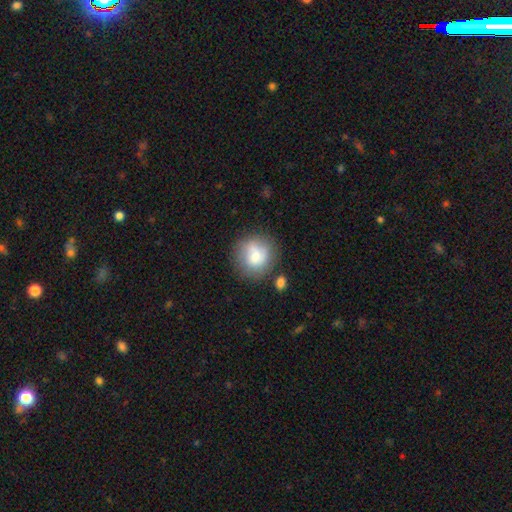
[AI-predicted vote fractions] Smooth or featured?
  - smooth: 66% *
  - featured or disk: 26%
  - star or artifact: 8%
How rounded?
  - round: 88% *
  - in between: 11%
  - cigar-shaped: 1%
Merging?
  - none: 67% *
  - minor disturbance: 18%
  - merger: 8%
  - major disturbance: 8%